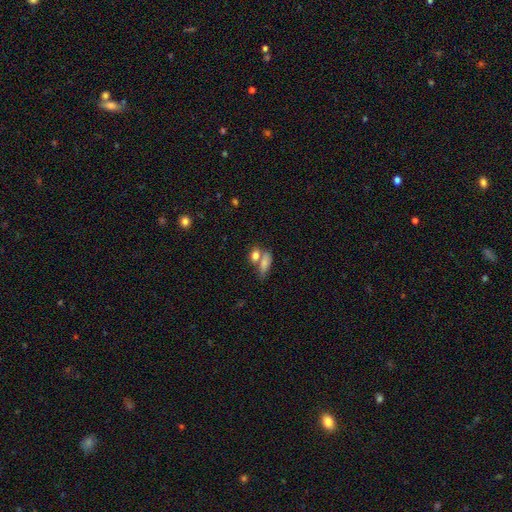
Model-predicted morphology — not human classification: Smooth or featured?
  - smooth: 79% *
  - featured or disk: 12%
  - star or artifact: 9%
How rounded?
  - in between: 69% *
  - round: 21%
  - cigar-shaped: 10%
Merging?
  - merger: 45% *
  - none: 38%
  - minor disturbance: 11%
  - major disturbance: 6%